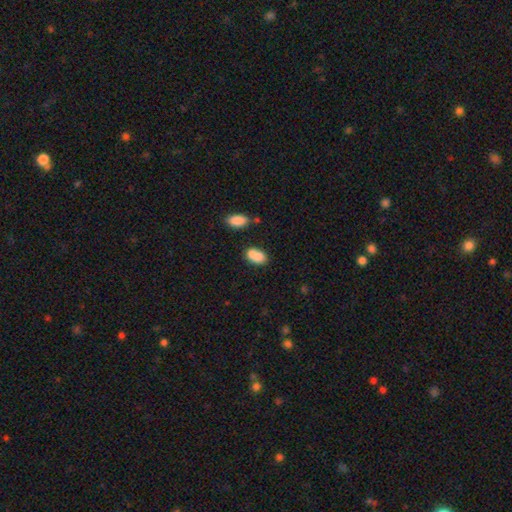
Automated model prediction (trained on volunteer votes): A smooth galaxy with no disk features (78%) that is in between round and cigar-shaped (80%).

Vote fractions:
- Smooth or featured? smooth: 78% / featured or disk: 13% / star or artifact: 9%
- How rounded? in between: 80% / round: 18% / cigar-shaped: 2%
- Merging? merger: 45% / none: 36% / minor disturbance: 14% / major disturbance: 5%